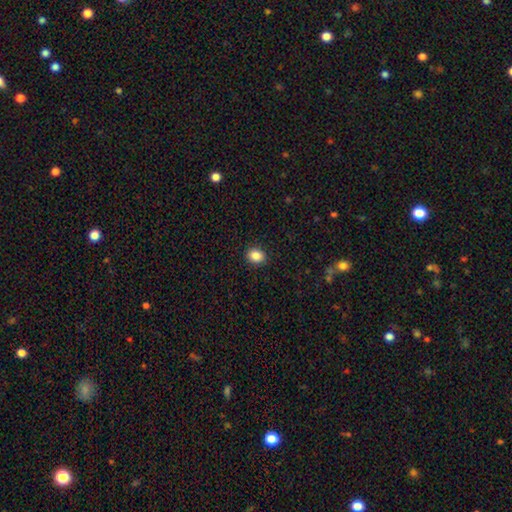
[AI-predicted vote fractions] Smooth or featured: smooth — 87% (star or artifact — 9%)
How rounded: round — 53% (in between — 46%)
Merging: none — 91% (minor disturbance — 7%)